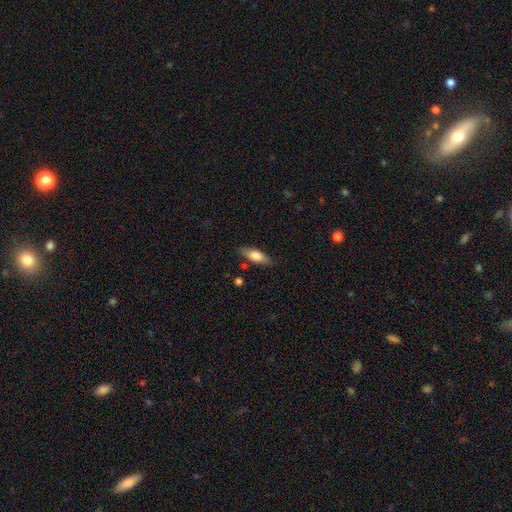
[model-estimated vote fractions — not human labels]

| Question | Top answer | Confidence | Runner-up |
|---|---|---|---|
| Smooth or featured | smooth | 71% | featured or disk (22%) |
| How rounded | in between | 64% | cigar-shaped (33%) |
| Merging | none | 80% | minor disturbance (14%) |